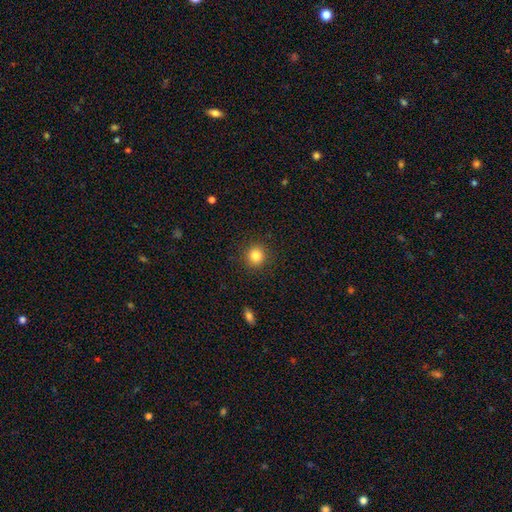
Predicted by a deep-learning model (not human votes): smooth_or_featured: smooth (p=0.84) [alt: star or artifact p=0.11]
how_rounded: round (p=0.91) [alt: in between p=0.08]
merging: none (p=0.90) [alt: minor disturbance p=0.06]